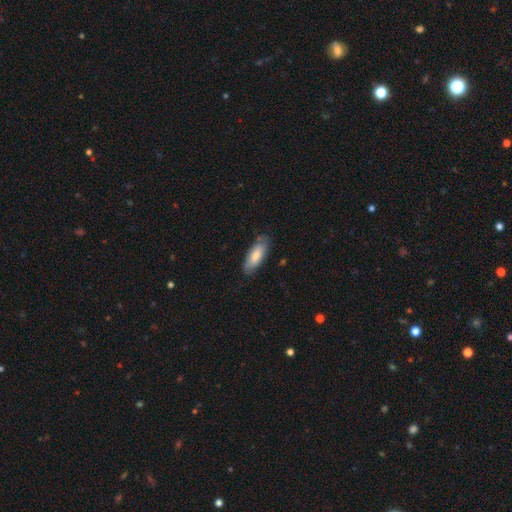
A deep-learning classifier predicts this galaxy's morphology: Smooth or featured? smooth (76%)
How rounded? in between (75%)
Merging? none (77%)